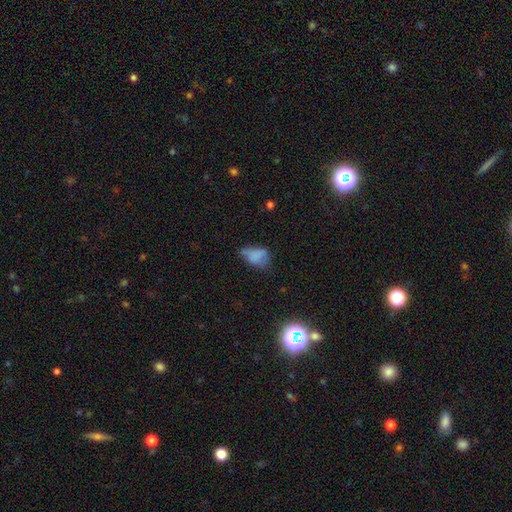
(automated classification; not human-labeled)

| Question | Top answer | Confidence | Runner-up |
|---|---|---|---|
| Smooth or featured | smooth | 68% | featured or disk (19%) |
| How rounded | in between | 84% | round (12%) |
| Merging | minor disturbance | 38% | none (31%) |